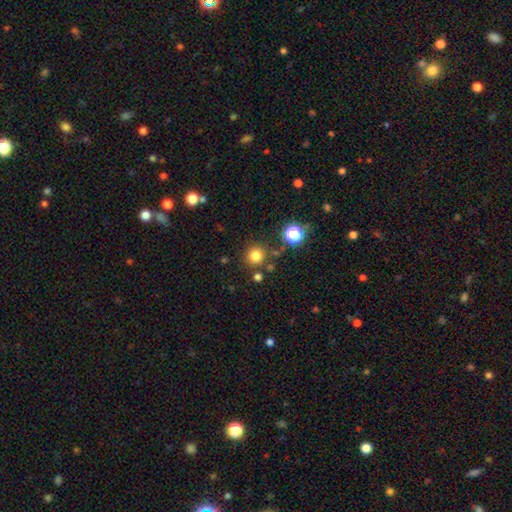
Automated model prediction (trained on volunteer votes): This appears to be a smooth galaxy with no disk features (79%) that is round (92%). Merging: none (81%).